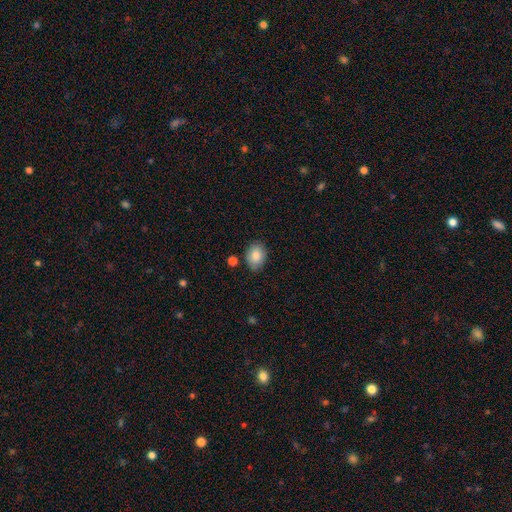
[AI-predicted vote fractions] smooth-or-featured: smooth: 86% | featured or disk: 7% | star or artifact: 7%
  how-rounded: in between: 74% | round: 25% | cigar-shaped: 1%
  merging: none: 82% | minor disturbance: 13% | merger: 3% | major disturbance: 3%